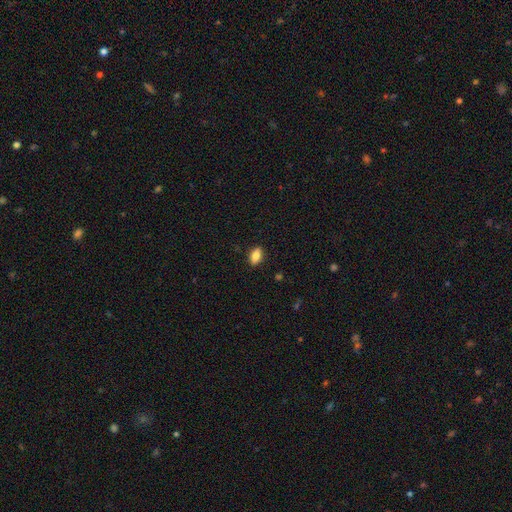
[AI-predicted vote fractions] Smooth or featured? smooth (84%)
How rounded? in between (86%)
Merging? none (87%)